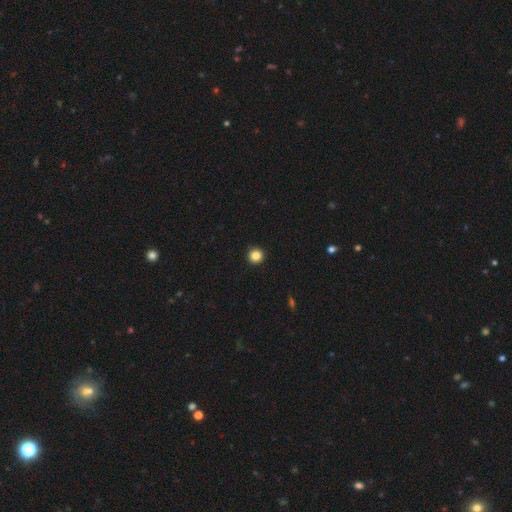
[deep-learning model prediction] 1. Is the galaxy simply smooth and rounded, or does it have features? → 85% smooth, 11% star or artifact, 4% featured or disk.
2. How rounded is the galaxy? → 95% round, 4% in between, 1% cigar-shaped.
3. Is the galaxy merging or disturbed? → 94% none, 4% minor disturbance, 1% major disturbance, 1% merger.